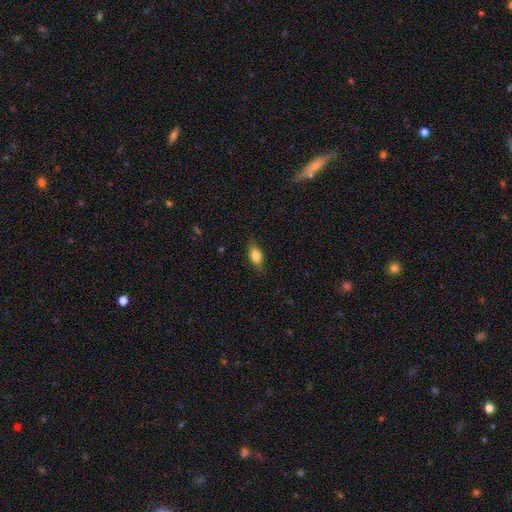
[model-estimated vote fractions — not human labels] smooth-or-featured: smooth: 79% | featured or disk: 14% | star or artifact: 8%
  how-rounded: in between: 81% | cigar-shaped: 12% | round: 6%
  merging: none: 82% | minor disturbance: 14% | major disturbance: 3% | merger: 1%